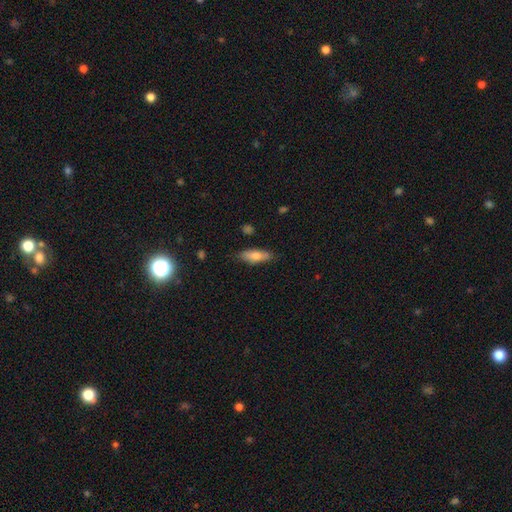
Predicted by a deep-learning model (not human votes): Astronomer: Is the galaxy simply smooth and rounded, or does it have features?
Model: smooth — 70%.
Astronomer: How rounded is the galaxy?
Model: in between — 59% (runner-up: cigar-shaped, 38%).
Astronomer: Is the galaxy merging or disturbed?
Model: none — 82%.